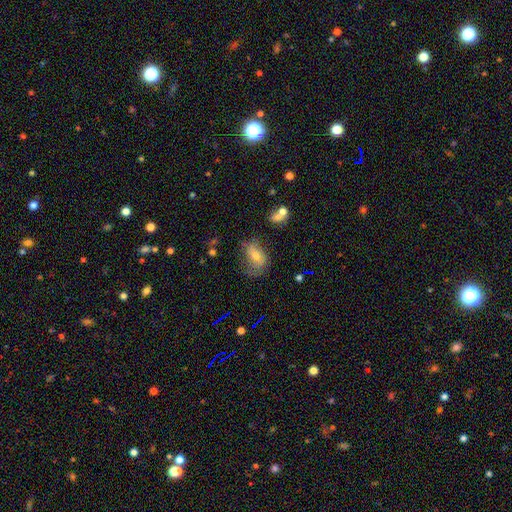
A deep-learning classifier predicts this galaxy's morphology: smooth-or-featured: smooth: 47% | featured or disk: 38% | star or artifact: 15%
  merging: none: 46% | minor disturbance: 29% | major disturbance: 20% | merger: 5%